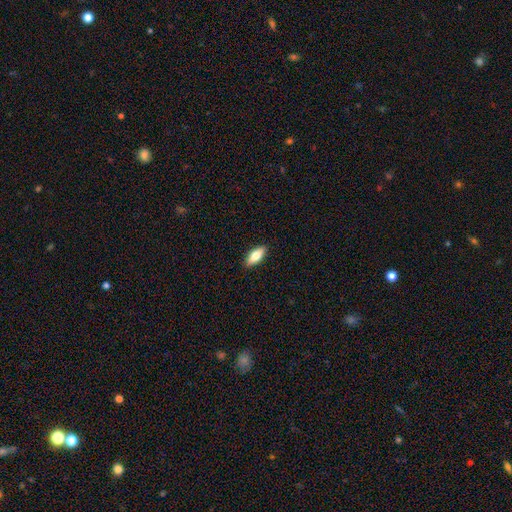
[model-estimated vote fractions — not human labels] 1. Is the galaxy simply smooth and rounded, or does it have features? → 76% smooth, 18% featured or disk, 6% star or artifact.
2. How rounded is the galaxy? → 78% in between, 19% cigar-shaped, 2% round.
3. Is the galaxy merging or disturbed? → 90% none, 7% minor disturbance, 2% major disturbance, 1% merger.